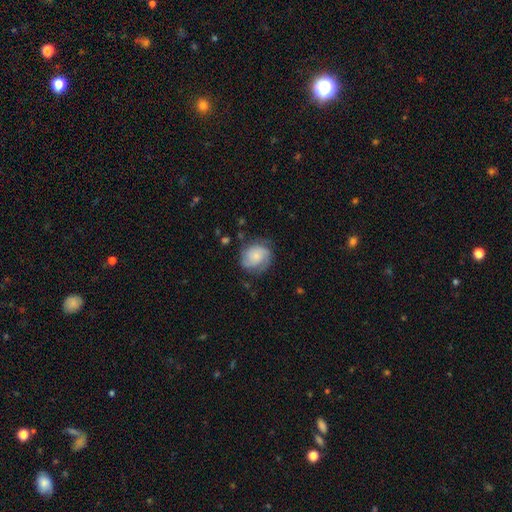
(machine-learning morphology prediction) type=featured or disk (56%); edge-on=no (98%); bar=no (76%); spiral arms=yes (89%); bulge=small (60%); merging=none (67%).